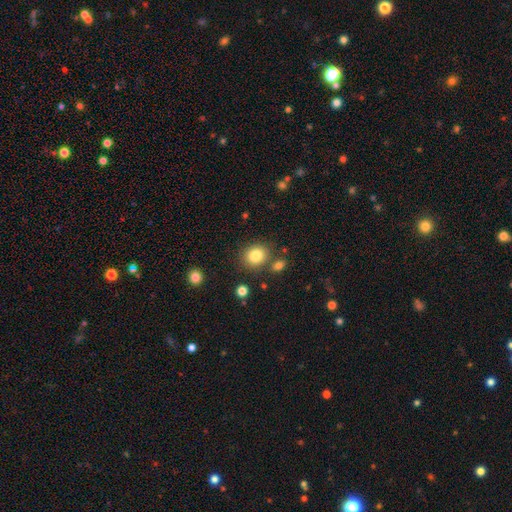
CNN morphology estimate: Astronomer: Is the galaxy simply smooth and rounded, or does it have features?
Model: smooth — 83%.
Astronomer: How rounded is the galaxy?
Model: round — 75%.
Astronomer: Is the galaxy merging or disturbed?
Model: none — 78%.